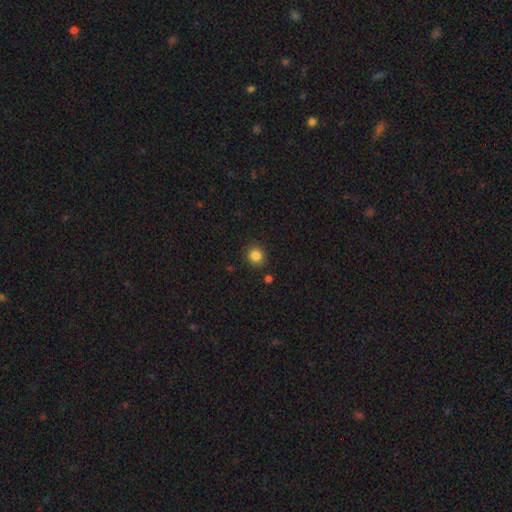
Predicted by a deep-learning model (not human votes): A smooth galaxy with no disk features (84%) that is round (88%). Merging: none (89%).